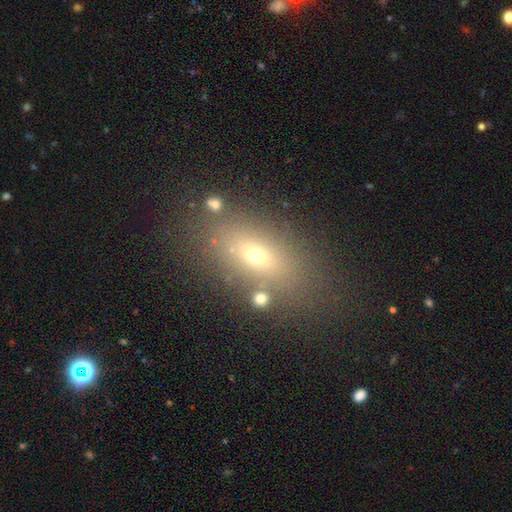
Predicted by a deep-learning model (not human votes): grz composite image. It shows a smooth galaxy with no disk features (61%) that is in between round and cigar-shaped (72%). Merging: none (75%).